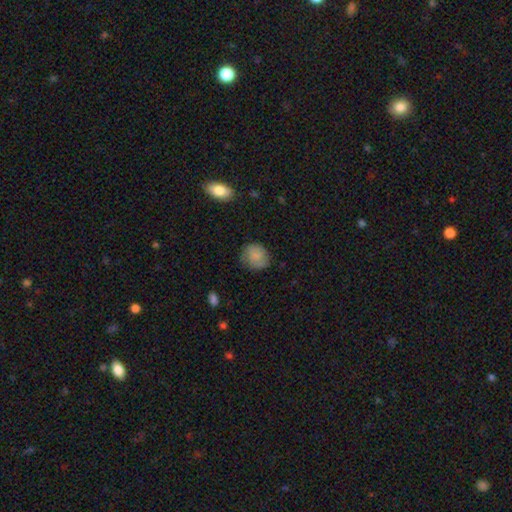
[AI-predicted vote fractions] Morphology: type=smooth (76%); roundness=round (76%); merging=none (75%).